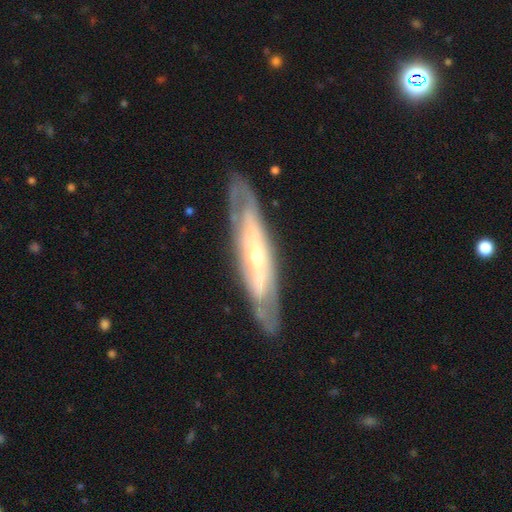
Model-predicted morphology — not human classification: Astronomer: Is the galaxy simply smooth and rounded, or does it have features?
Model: featured or disk — 77%.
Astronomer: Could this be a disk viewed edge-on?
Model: no — 61% (runner-up: yes, 39%).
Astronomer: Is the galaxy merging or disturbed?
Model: none — 80%.